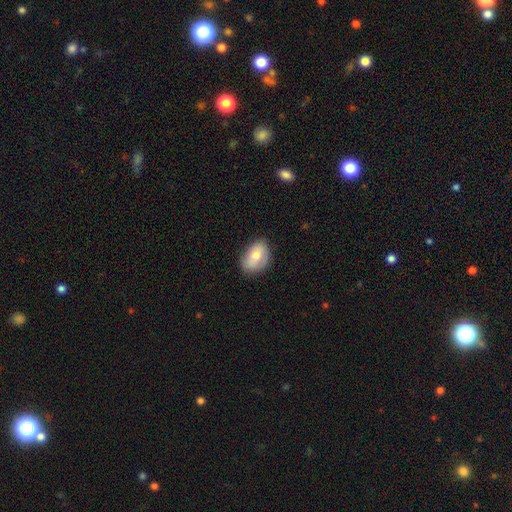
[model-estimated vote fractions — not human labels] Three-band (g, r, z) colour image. It shows a smooth galaxy with no disk features (73%) that is in between round and cigar-shaped (80%). Merging: none (74%).